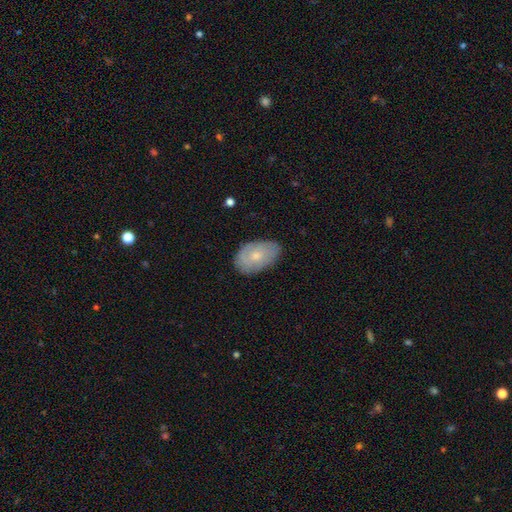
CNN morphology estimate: type=smooth (56%); roundness=in between (91%); merging=none (78%).